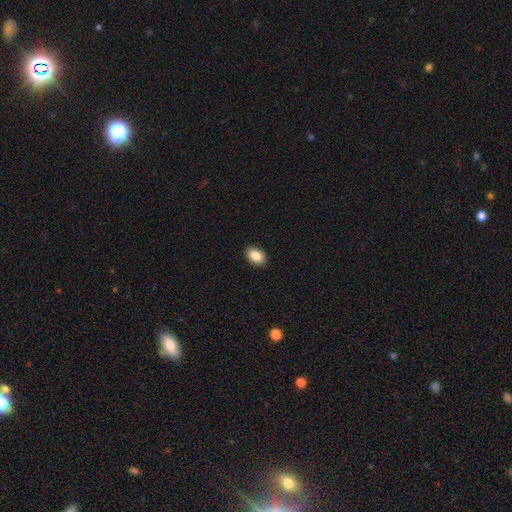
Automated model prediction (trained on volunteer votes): Smooth or featured?
  - smooth: 88% *
  - star or artifact: 7%
  - featured or disk: 5%
How rounded?
  - in between: 86% *
  - round: 13%
  - cigar-shaped: 1%
Merging?
  - none: 90% *
  - minor disturbance: 7%
  - major disturbance: 2%
  - merger: 1%